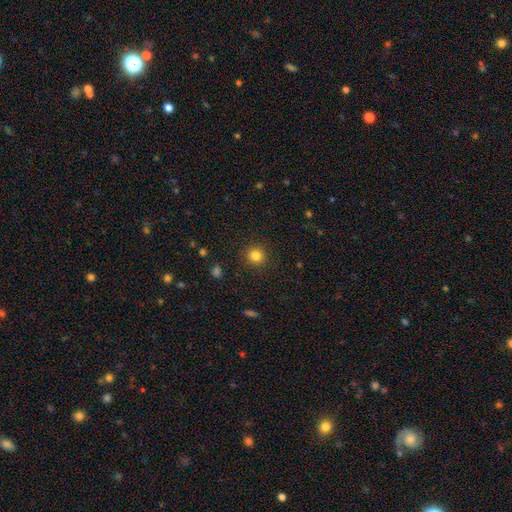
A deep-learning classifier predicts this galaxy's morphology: smooth-or-featured: smooth: 82% | star or artifact: 12% | featured or disk: 6%
  how-rounded: round: 91% | in between: 8% | cigar-shaped: 1%
  merging: none: 90% | minor disturbance: 6% | major disturbance: 2% | merger: 1%